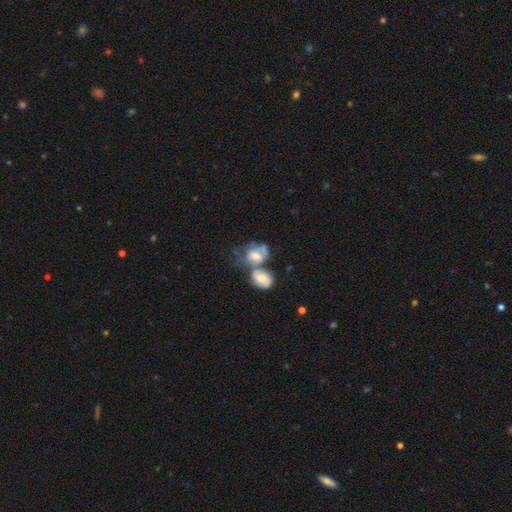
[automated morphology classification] featured or disk 48%, smooth 43%, star or artifact 9%. Down the decision tree: merging — merger (66%).